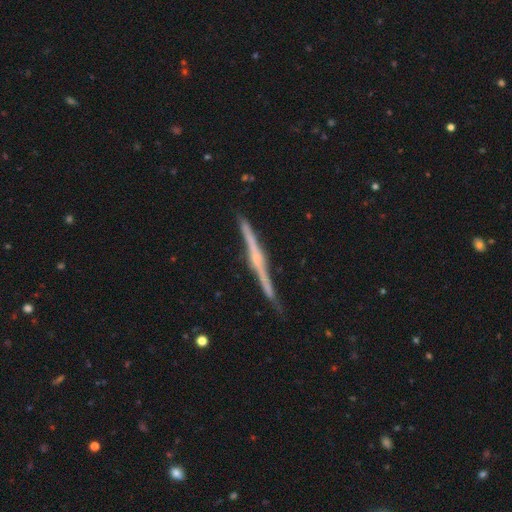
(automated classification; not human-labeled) This is clearly a featured or disk galaxy (81%). It is clearly viewed edge-on (98%). Edge-on bulge: likely rounded (61%). Merging: clearly none (83%).